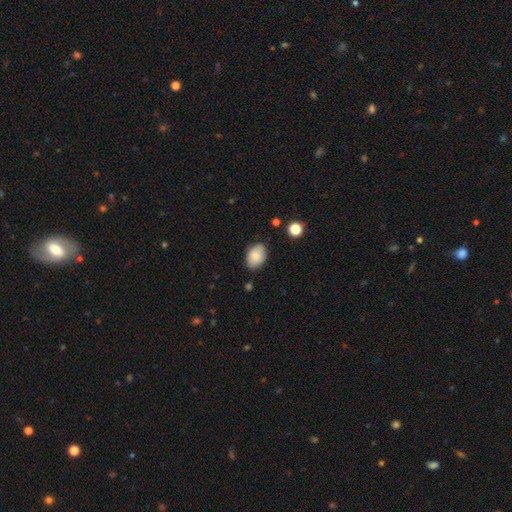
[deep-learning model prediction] A smooth galaxy with no disk features (84%) that is in between round and cigar-shaped (82%). Merging: none (80%).